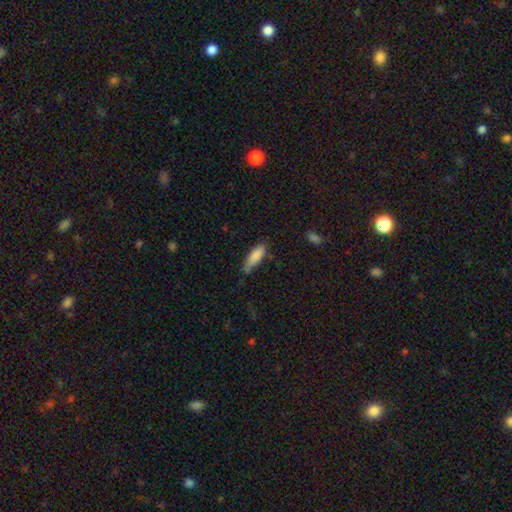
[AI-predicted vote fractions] A smooth galaxy with no disk features (84%) that is in between round and cigar-shaped (59%).

Vote fractions:
- Smooth or featured? smooth: 84% / featured or disk: 10% / star or artifact: 6%
- How rounded? in between: 59% / cigar-shaped: 39% / round: 2%
- Merging? none: 56% / minor disturbance: 33% / major disturbance: 8% / merger: 4%